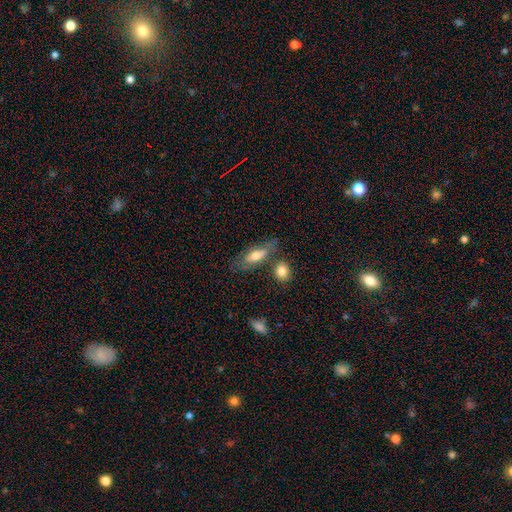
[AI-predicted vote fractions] smooth_or_featured: smooth (p=0.59) [alt: featured or disk p=0.34]
how_rounded: in between (p=0.68) [alt: cigar-shaped p=0.28]
merging: none (p=0.56) [alt: minor disturbance p=0.21]